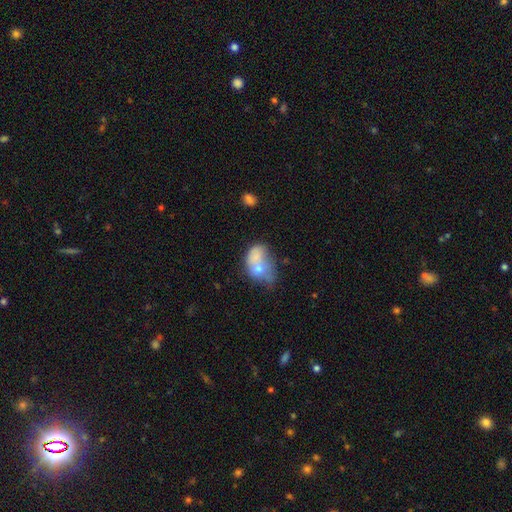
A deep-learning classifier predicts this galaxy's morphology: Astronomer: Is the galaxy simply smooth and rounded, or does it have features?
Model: smooth — 64%.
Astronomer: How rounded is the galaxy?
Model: in between — 71%.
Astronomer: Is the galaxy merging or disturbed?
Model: merger — 57%.